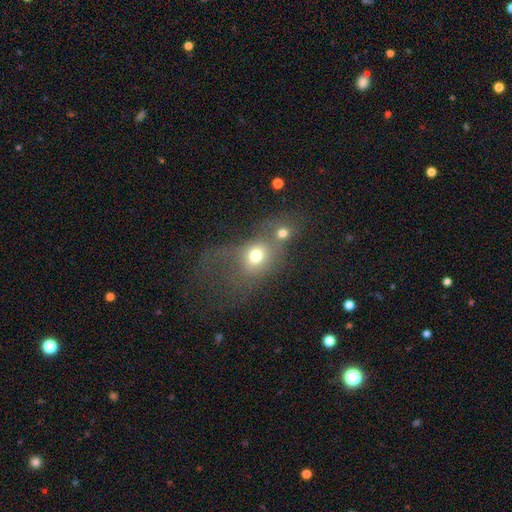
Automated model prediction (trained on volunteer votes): smooth 67%, featured or disk 18%, star or artifact 15%. Down the decision tree: how rounded — round (53%); merging — merger (47%).